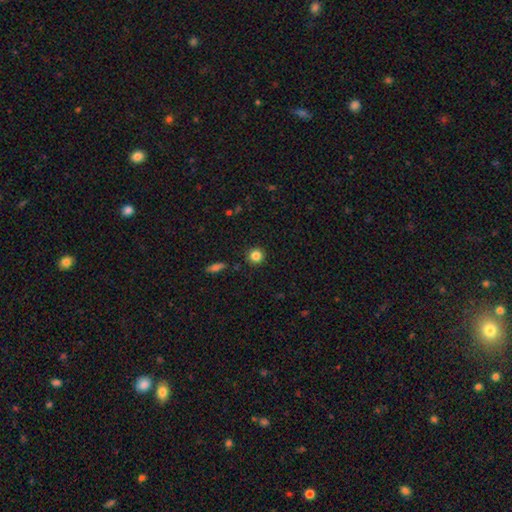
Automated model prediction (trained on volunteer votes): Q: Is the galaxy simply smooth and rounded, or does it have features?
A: smooth — 84%.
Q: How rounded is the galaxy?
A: round — 93%.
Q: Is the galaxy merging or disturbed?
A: none — 90%.